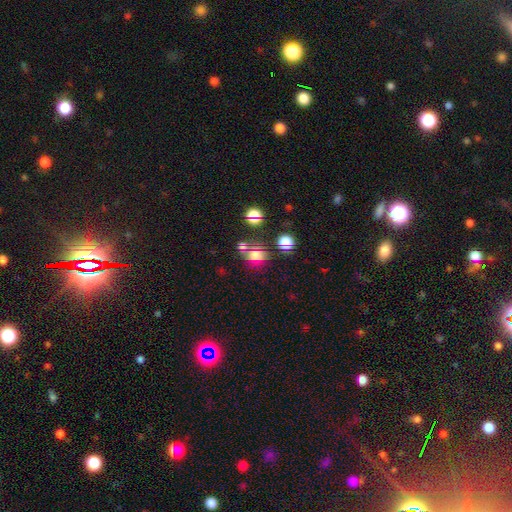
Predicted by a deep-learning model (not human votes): smooth 47%, star or artifact 42%, featured or disk 11%. Down the decision tree: merging — none (65%).